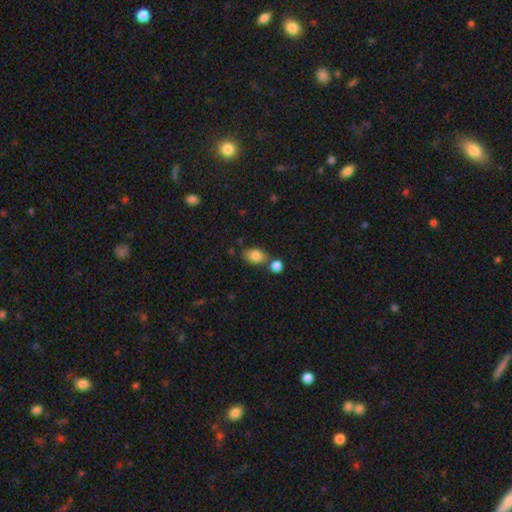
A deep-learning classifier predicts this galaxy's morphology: Overall: smooth (82%). How rounded: in between (78%). Merging: none (63%).